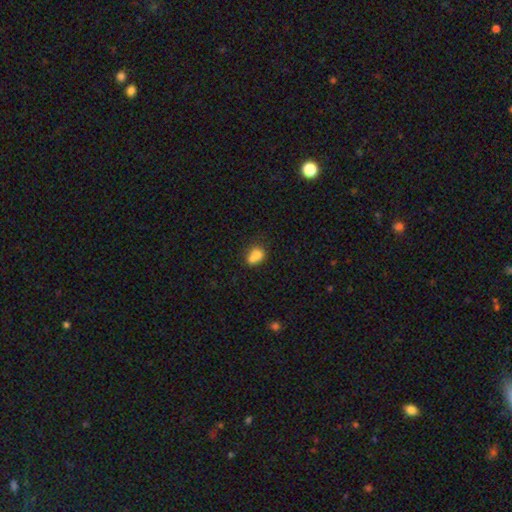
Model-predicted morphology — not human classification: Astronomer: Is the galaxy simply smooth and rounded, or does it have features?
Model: smooth — 75%.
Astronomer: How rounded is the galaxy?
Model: in between — 57% (runner-up: round, 42%).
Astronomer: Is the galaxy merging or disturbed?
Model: merger — 51% (runner-up: none, 30%).